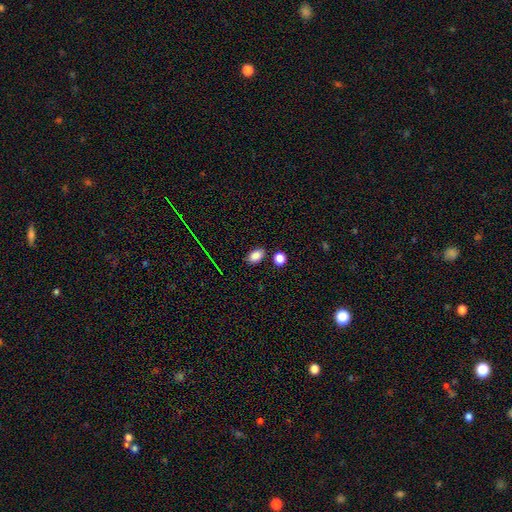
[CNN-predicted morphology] Q: Smooth or featured?
A: smooth (84%); runner-up: star or artifact (10%)
Q: How rounded?
A: in between (86%); runner-up: round (13%)
Q: Merging?
A: none (80%); runner-up: minor disturbance (11%)